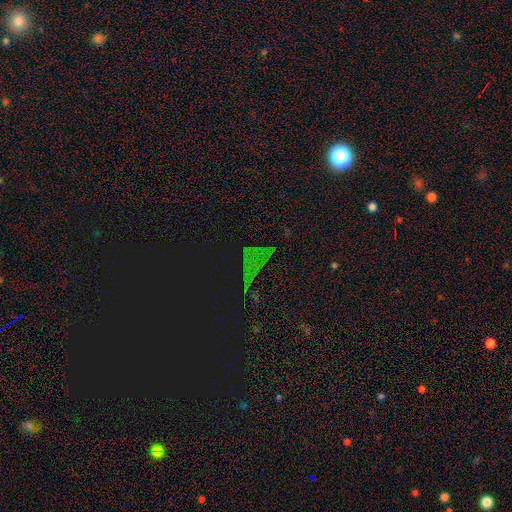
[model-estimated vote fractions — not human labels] star or artifact 72%, smooth 17%, featured or disk 11%.